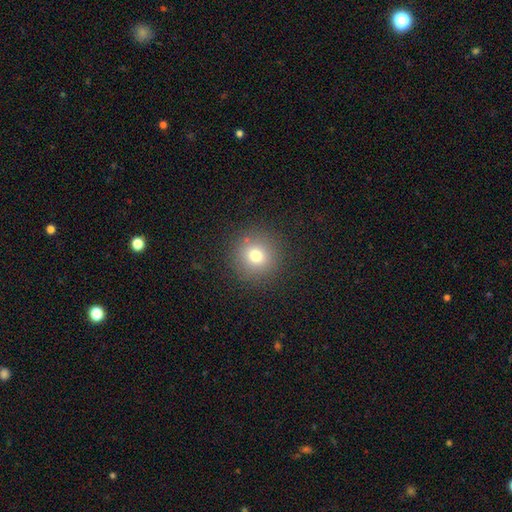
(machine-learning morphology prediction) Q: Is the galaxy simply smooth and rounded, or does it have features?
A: smooth — 76%.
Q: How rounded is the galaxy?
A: round — 94%.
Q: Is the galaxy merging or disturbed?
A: none — 89%.